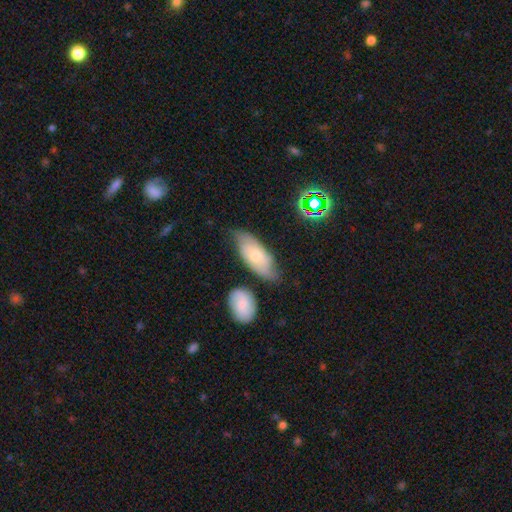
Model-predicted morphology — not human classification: Overall: smooth (54%; featured or disk 38%). How rounded: in between (82%). Merging: none (62%; minor disturbance 27%).